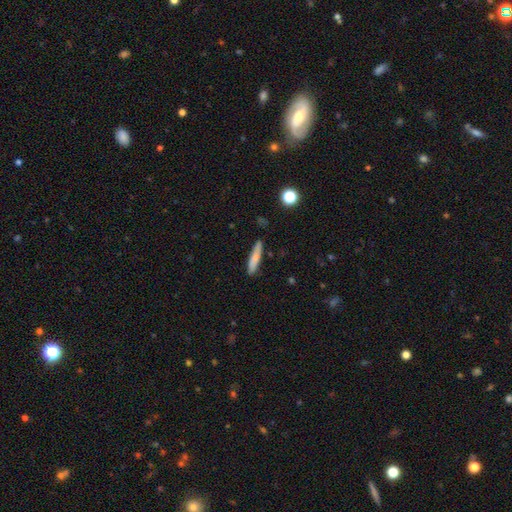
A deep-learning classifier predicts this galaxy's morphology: smooth 77%, featured or disk 16%, star or artifact 7%. Down the decision tree: how rounded — cigar-shaped (88%); merging — none (85%).